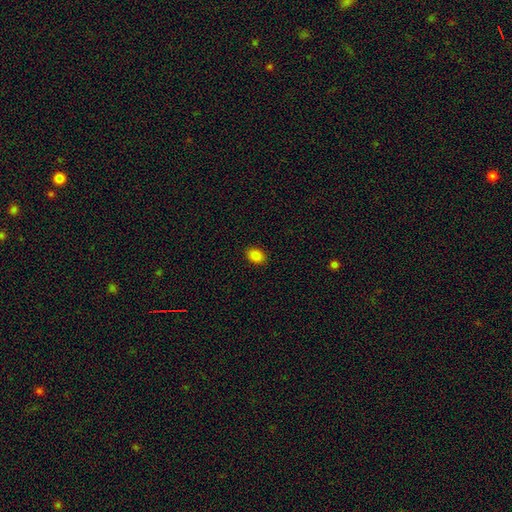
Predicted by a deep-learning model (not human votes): Smooth or featured? Predicted: smooth (p=0.86). How rounded? Predicted: in between (p=0.77). Merging? Predicted: none (p=0.89).